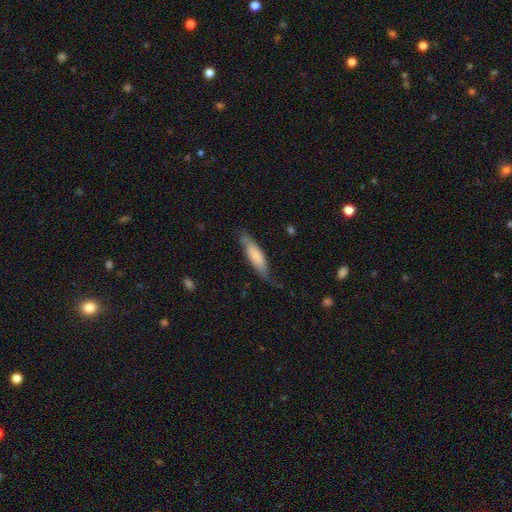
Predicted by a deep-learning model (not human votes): A smooth galaxy with no disk features (69%) that is cigar-shaped (60%).

Vote fractions:
- Smooth or featured? smooth: 69% / featured or disk: 26% / star or artifact: 6%
- How rounded? cigar-shaped: 60% / in between: 39% / round: 2%
- Merging? none: 57% / minor disturbance: 30% / major disturbance: 10% / merger: 2%